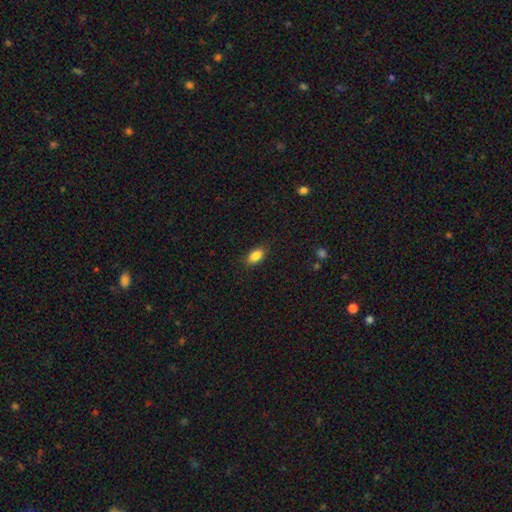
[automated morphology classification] The model was most divided on "merging": none: 86%, minor disturbance: 10%, major disturbance: 2%, merger: 1%. More confident: how rounded — in between (89%); smooth or featured — smooth (87%).